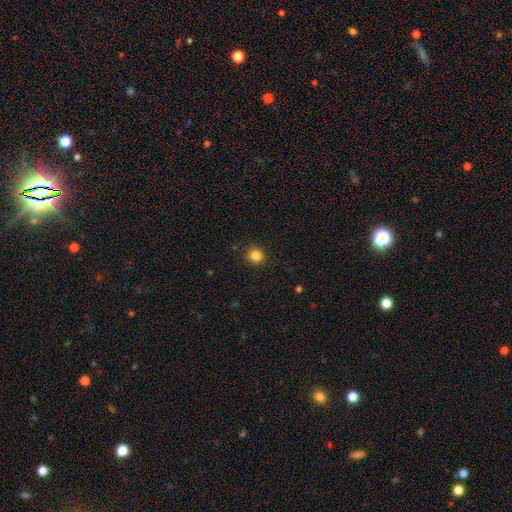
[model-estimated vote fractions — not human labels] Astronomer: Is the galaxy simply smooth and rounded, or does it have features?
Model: smooth — 84%.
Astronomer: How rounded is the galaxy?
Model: round — 91%.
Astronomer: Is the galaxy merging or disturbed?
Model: none — 89%.